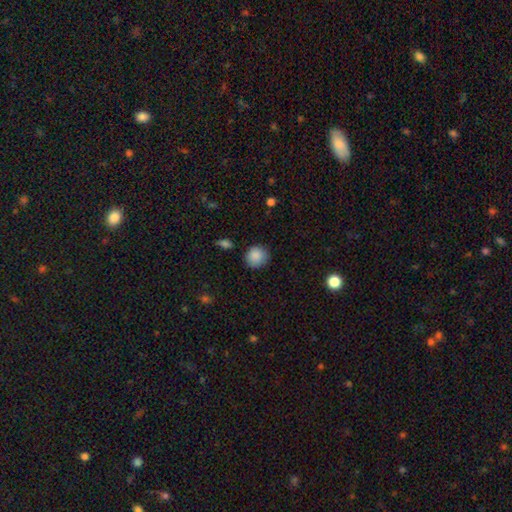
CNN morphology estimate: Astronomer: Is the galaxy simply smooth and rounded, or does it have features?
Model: smooth — 88%.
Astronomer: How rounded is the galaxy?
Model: round — 89%.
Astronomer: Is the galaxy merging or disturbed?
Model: none — 83%.